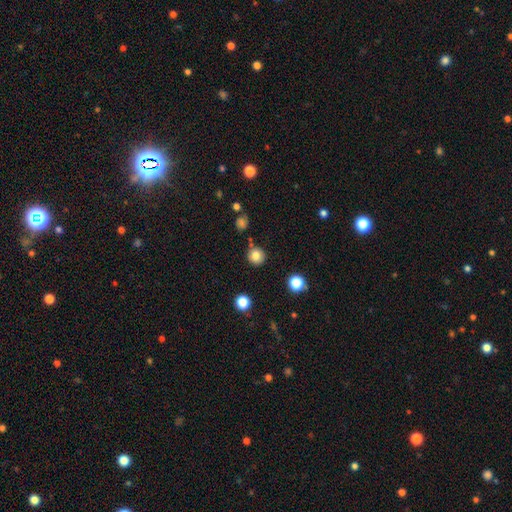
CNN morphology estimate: Smooth or featured: smooth — 81% (star or artifact — 12%)
How rounded: round — 92% (in between — 7%)
Merging: none — 82% (minor disturbance — 10%)